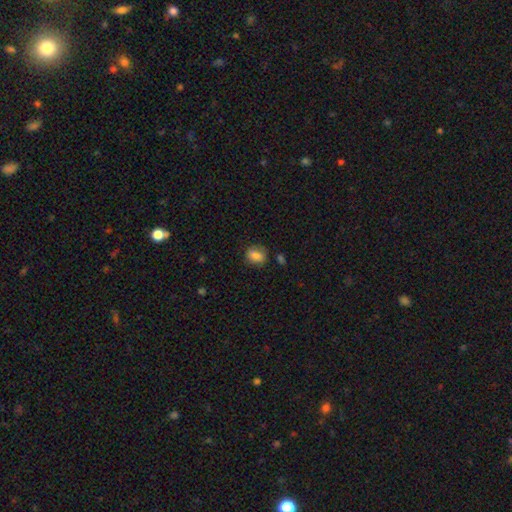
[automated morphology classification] type=smooth (79%); roundness=in between (51%); merging=none (73%).